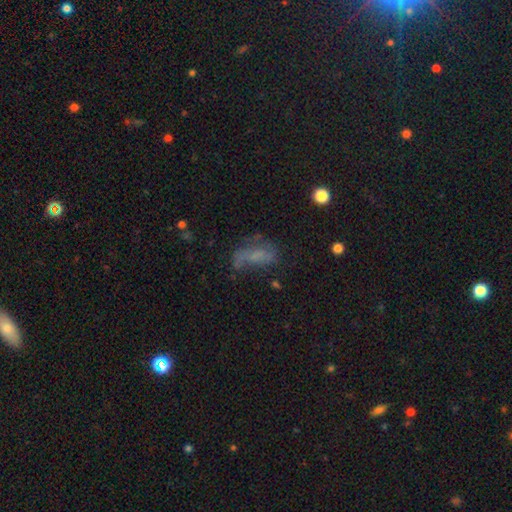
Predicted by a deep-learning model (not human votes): featured or disk 41%, smooth 39%, star or artifact 20%. Down the decision tree: merging — none (37%).